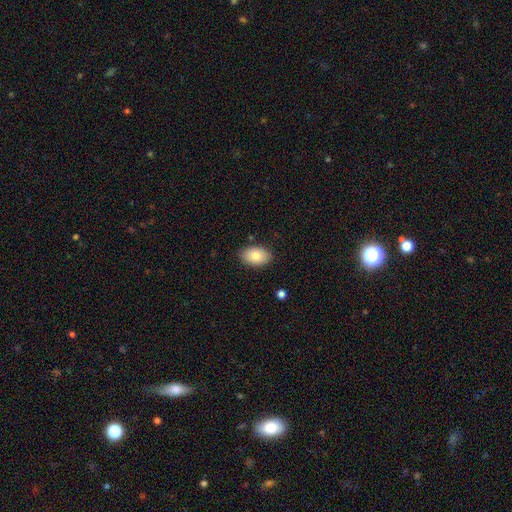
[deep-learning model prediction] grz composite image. It shows a smooth galaxy with no disk features (83%) that is in between round and cigar-shaped (90%). Merging: none (87%).